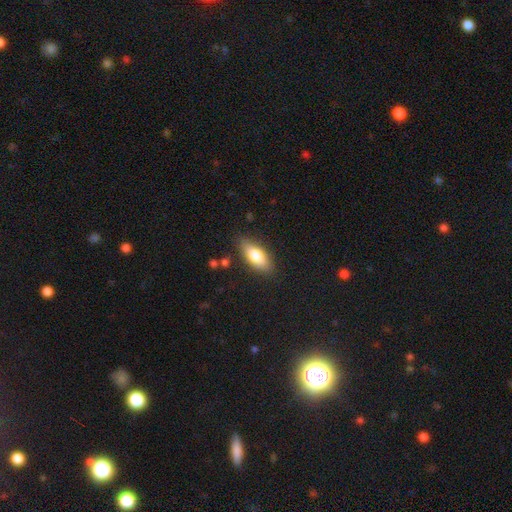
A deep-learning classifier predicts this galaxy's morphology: A smooth galaxy with no disk features (78%) that is in between round and cigar-shaped (80%). Merging: none (83%).